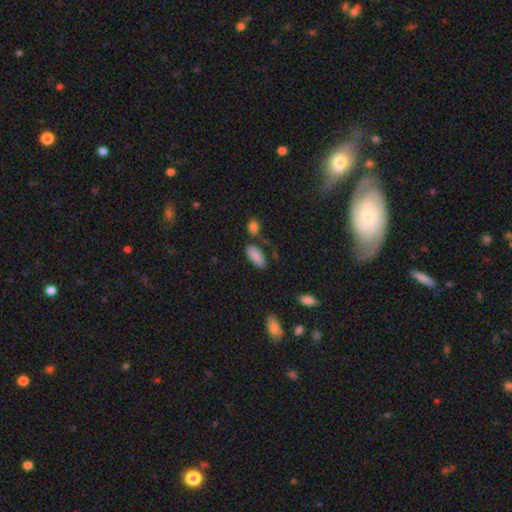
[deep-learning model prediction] Morphology: type=smooth (88%); roundness=in between (89%); merging=none (70%).